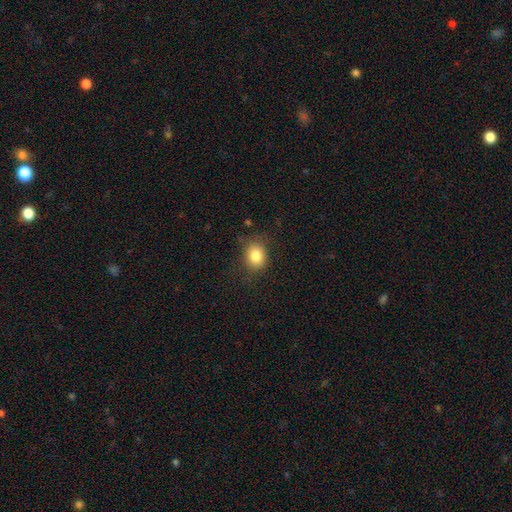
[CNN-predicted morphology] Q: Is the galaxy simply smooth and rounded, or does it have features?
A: smooth — 83%.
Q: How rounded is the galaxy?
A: round — 51%.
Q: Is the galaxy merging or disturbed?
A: none — 81%.